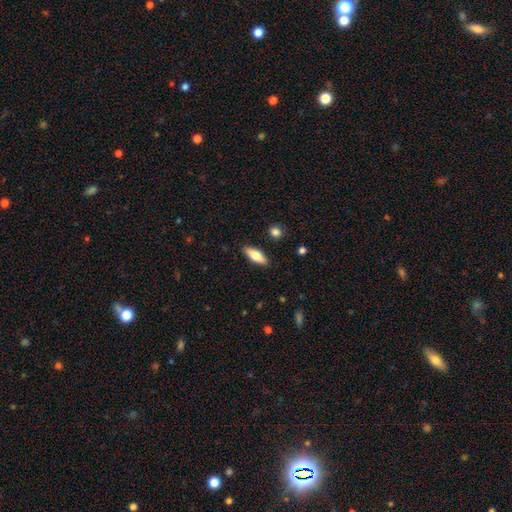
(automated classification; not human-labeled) This is likely a smooth galaxy (69%). How rounded: likely in between (65%). Merging: clearly none (88%).